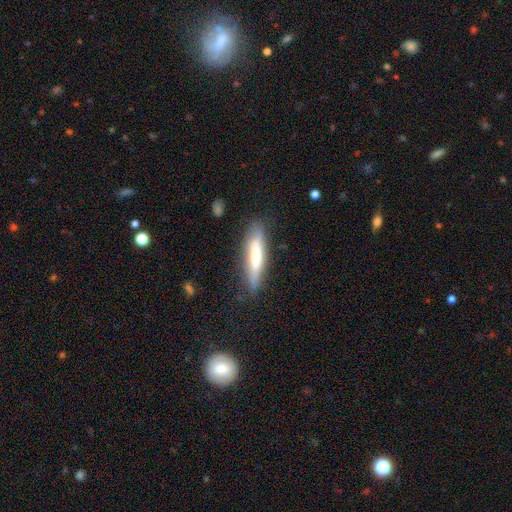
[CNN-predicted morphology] A smooth galaxy with no disk features (57%) that is cigar-shaped (82%). Merging: none (79%).